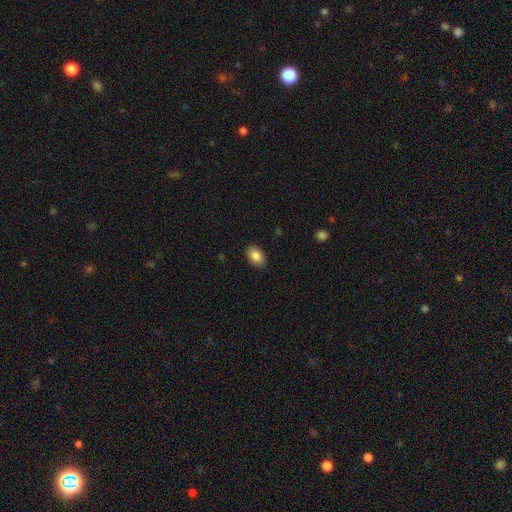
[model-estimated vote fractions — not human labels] Smooth or featured? smooth (87%)
How rounded? in between (84%)
Merging? none (88%)